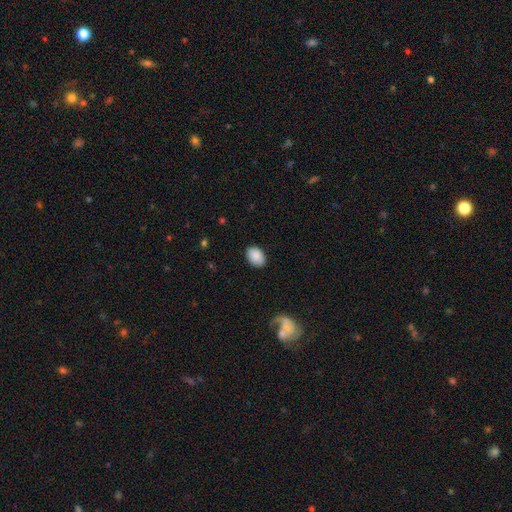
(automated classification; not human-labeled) smooth_or_featured: smooth (p=0.88) [alt: star or artifact p=0.07]
how_rounded: in between (p=0.82) [alt: round p=0.17]
merging: none (p=0.85) [alt: minor disturbance p=0.11]